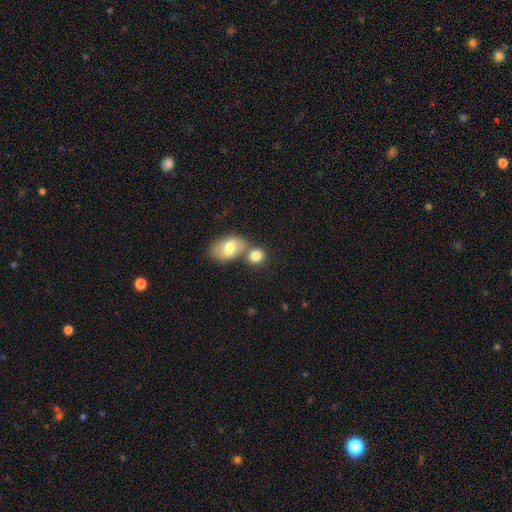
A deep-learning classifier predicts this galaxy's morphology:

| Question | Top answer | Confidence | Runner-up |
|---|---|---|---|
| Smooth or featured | smooth | 80% | featured or disk (12%) |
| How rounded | round | 54% | in between (44%) |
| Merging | none | 46% | merger (41%) |